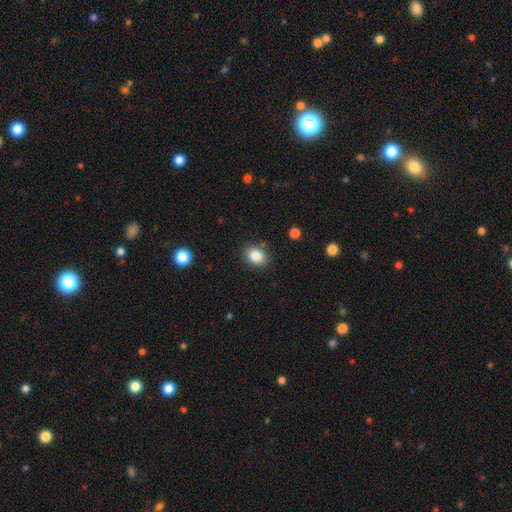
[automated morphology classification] Smooth or featured? Predicted: smooth (p=0.86). How rounded? Predicted: in between (p=0.57). Merging? Predicted: none (p=0.84).